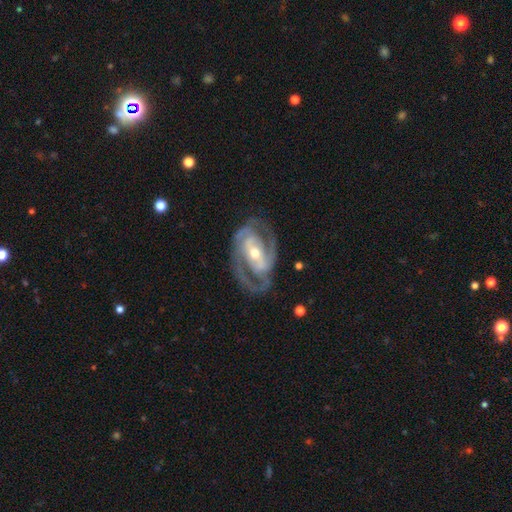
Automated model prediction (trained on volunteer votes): featured or disk 89%, smooth 6%, star or artifact 5%. Down the decision tree: edge-on disk — no (96%); bar — strong (45%); spiral arms — yes (93%); spiral arm count — 2 (80%); spiral winding — medium (45%); bulge size — moderate (52%); merging — none (73%).